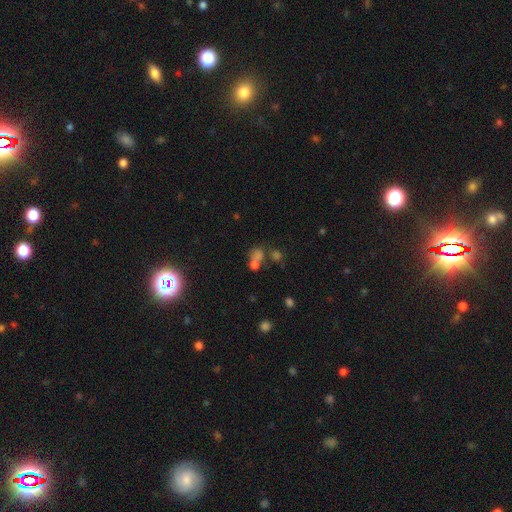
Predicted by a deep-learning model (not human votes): Q: Smooth or featured?
A: smooth (56%); runner-up: star or artifact (32%)
Q: How rounded?
A: round (55%); runner-up: in between (42%)
Q: Merging?
A: none (41%); tied with: merger (41%)